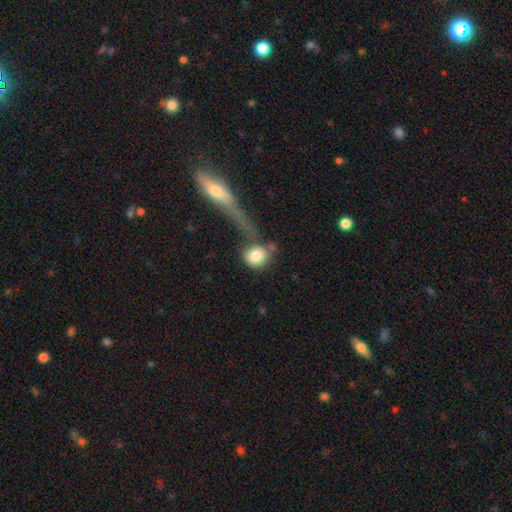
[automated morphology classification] Smooth or featured: smooth — 80% (featured or disk — 12%)
How rounded: round — 79% (in between — 19%)
Merging: none — 46% (merger — 24%)